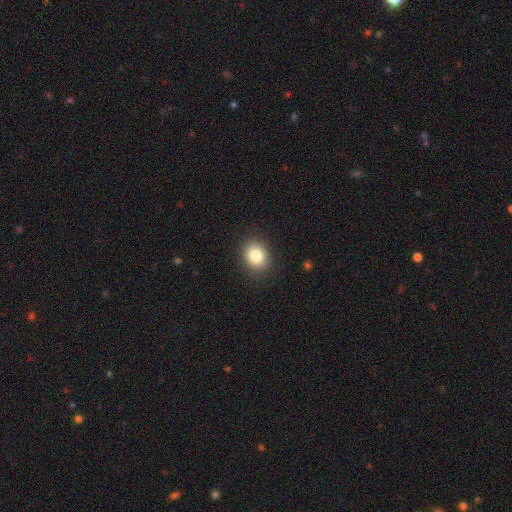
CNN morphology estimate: type=smooth (84%); roundness=round (55%); merging=none (88%).